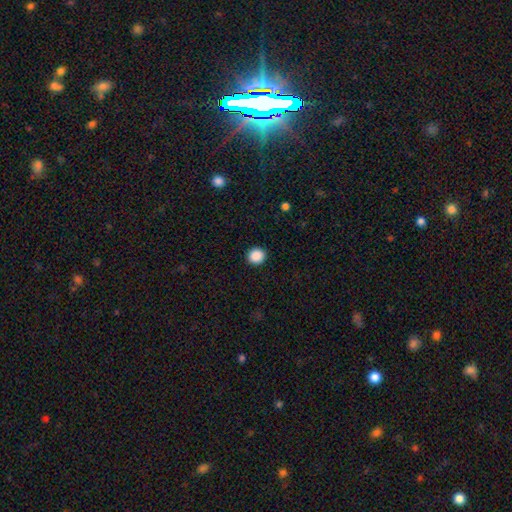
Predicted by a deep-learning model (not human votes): The model was most divided on "smooth or featured": smooth: 89%, star or artifact: 9%, featured or disk: 2%. More confident: merging — none (93%); how rounded — round (90%).